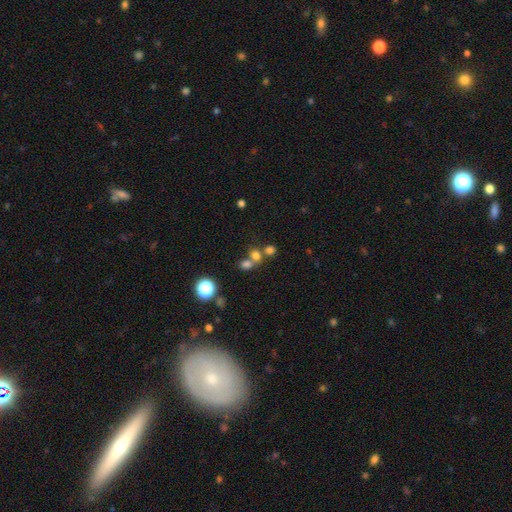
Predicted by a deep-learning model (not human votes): Smooth or featured?
  - smooth: 69% *
  - star or artifact: 21%
  - featured or disk: 11%
How rounded?
  - round: 71% *
  - in between: 28%
  - cigar-shaped: 1%
Merging?
  - merger: 48% *
  - none: 42%
  - minor disturbance: 6%
  - major disturbance: 4%